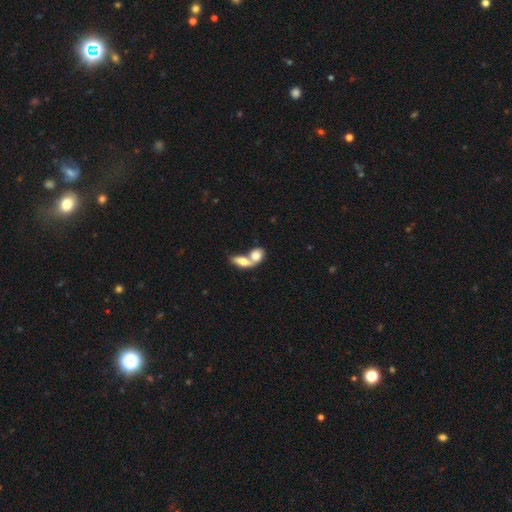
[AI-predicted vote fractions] The model was most divided on "how rounded": in between: 73%, round: 21%, cigar-shaped: 6%. More confident: smooth or featured — smooth (73%); merging — merger (72%).